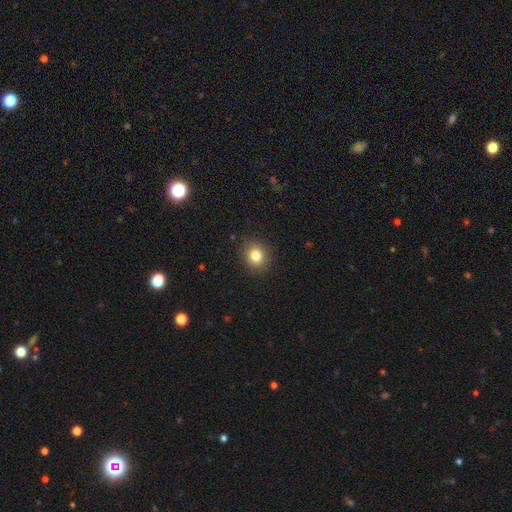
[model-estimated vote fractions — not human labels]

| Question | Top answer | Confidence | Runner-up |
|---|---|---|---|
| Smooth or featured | smooth | 82% | star or artifact (12%) |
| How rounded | round | 81% | in between (18%) |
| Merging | none | 90% | minor disturbance (7%) |